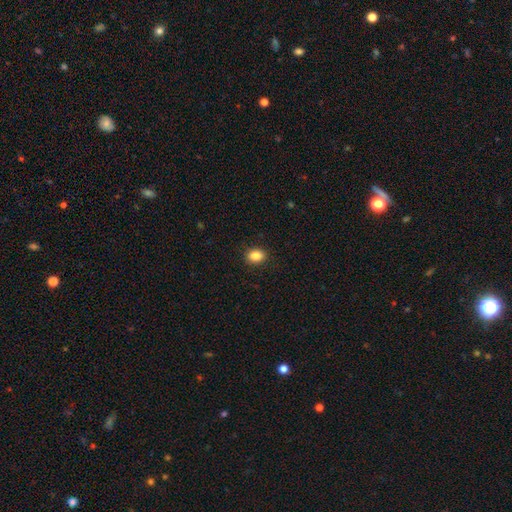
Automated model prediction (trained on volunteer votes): Smooth or featured: smooth — 87% (star or artifact — 9%)
How rounded: in between — 62% (round — 37%)
Merging: none — 89% (minor disturbance — 8%)